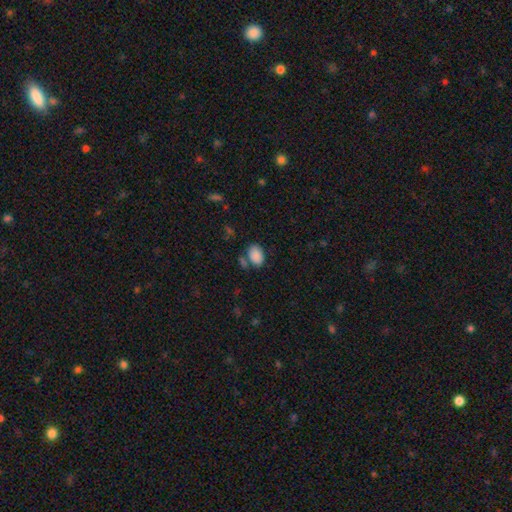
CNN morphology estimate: The model was most divided on "merging": none: 68%, minor disturbance: 14%, merger: 13%, major disturbance: 5%. More confident: smooth or featured — smooth (88%); how rounded — in between (85%).